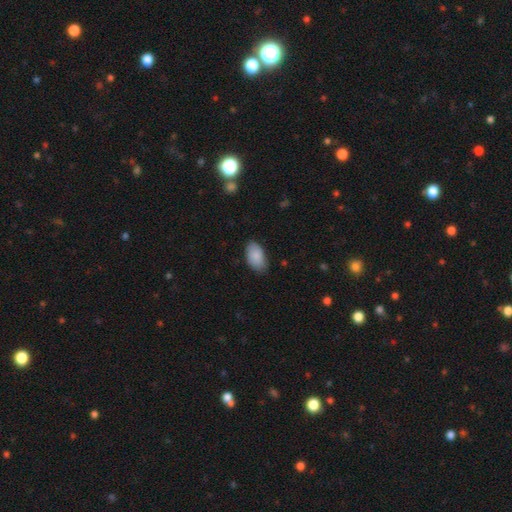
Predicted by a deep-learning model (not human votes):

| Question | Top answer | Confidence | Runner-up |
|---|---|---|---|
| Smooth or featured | smooth | 89% | star or artifact (6%) |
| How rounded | in between | 95% | round (3%) |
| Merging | none | 81% | minor disturbance (15%) |